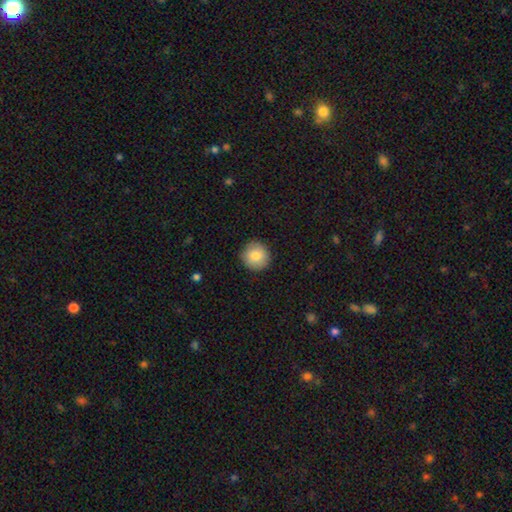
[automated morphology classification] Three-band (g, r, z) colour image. It shows a smooth galaxy with no disk features (84%) that is round (93%). Merging: none (90%).